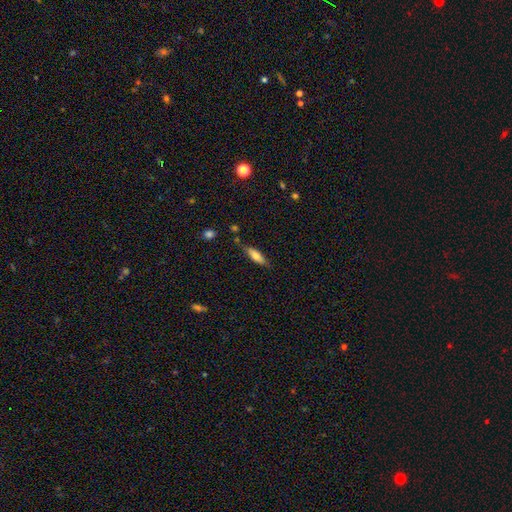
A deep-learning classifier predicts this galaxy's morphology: A smooth galaxy with no disk features (67%) that is cigar-shaped (57%). Merging: none (74%).